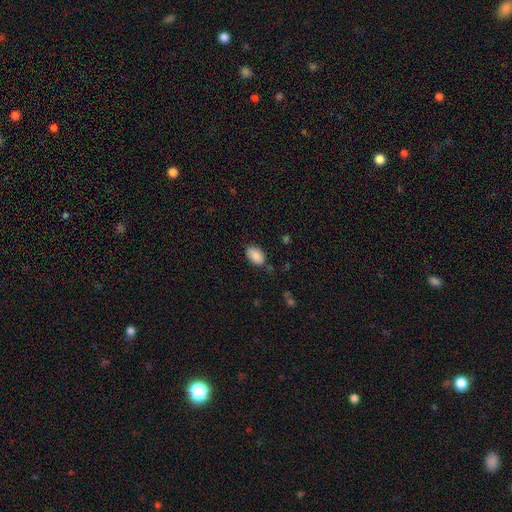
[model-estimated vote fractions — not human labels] Smooth or featured? Predicted: smooth (p=0.88). How rounded? Predicted: in between (p=0.90). Merging? Predicted: none (p=0.74).